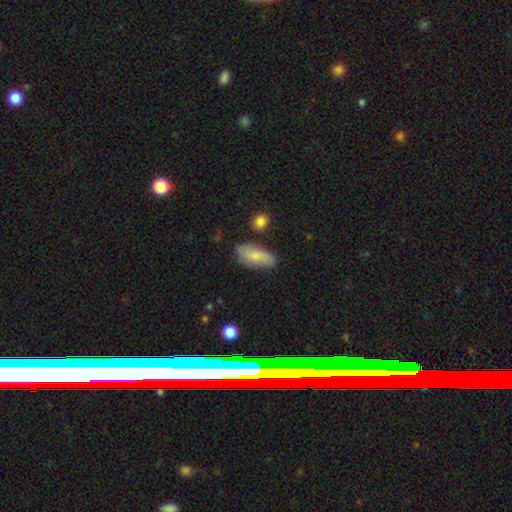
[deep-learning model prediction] A smooth galaxy with no disk features (70%) that is in between round and cigar-shaped (85%).

Vote fractions:
- Smooth or featured? smooth: 70% / featured or disk: 24% / star or artifact: 6%
- How rounded? in between: 85% / cigar-shaped: 12% / round: 3%
- Merging? none: 71% / minor disturbance: 21% / major disturbance: 4% / merger: 4%